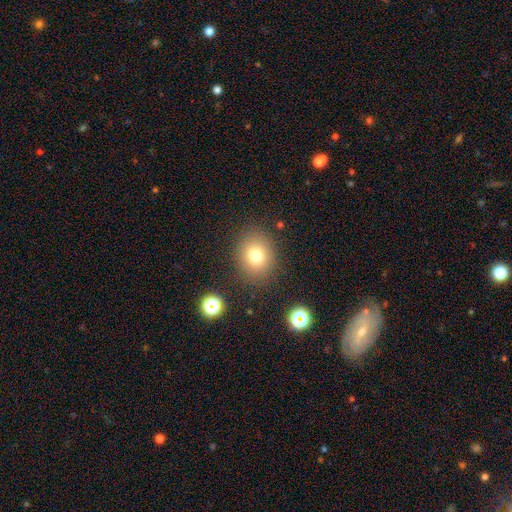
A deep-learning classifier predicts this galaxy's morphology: The model was most divided on "how rounded": round: 70%, in between: 29%, cigar-shaped: 1%. More confident: merging — none (85%); smooth or featured — smooth (76%).